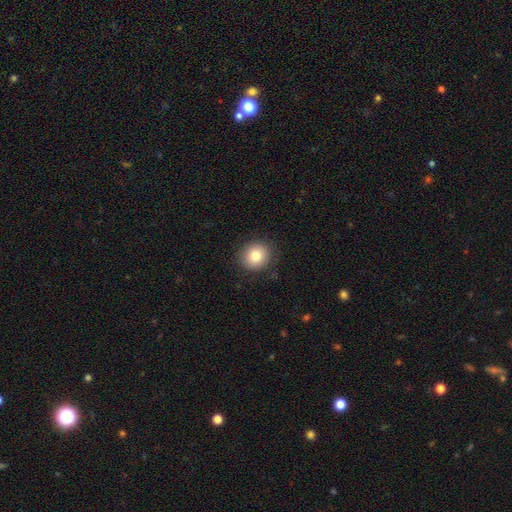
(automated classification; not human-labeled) A smooth galaxy with no disk features (79%) that is round (89%). Merging: none (89%).